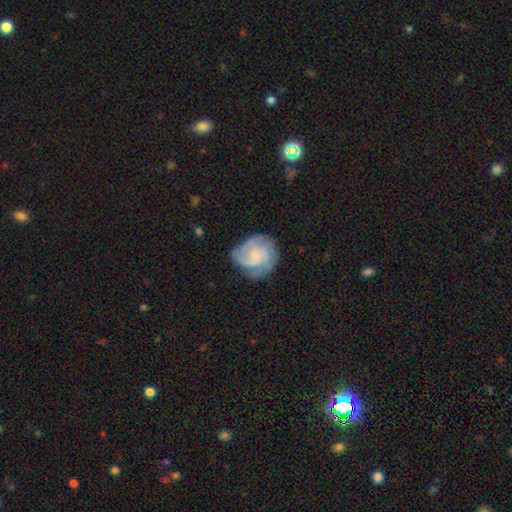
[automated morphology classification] Q: Smooth or featured?
A: featured or disk (73%); runner-up: smooth (21%)
Q: Edge-on disk?
A: no (98%); runner-up: yes (2%)
Q: Bar?
A: no (70%); runner-up: weak (27%)
Q: Spiral arms?
A: yes (94%); runner-up: no (6%)
Q: Spiral winding?
A: tight (56%); runner-up: medium (35%)
Q: Spiral arm count?
A: 3 (33%); runner-up: can't tell (26%)
Q: Bulge size?
A: small (49%); runner-up: none (29%)
Q: Merging?
A: none (67%); runner-up: minor disturbance (22%)